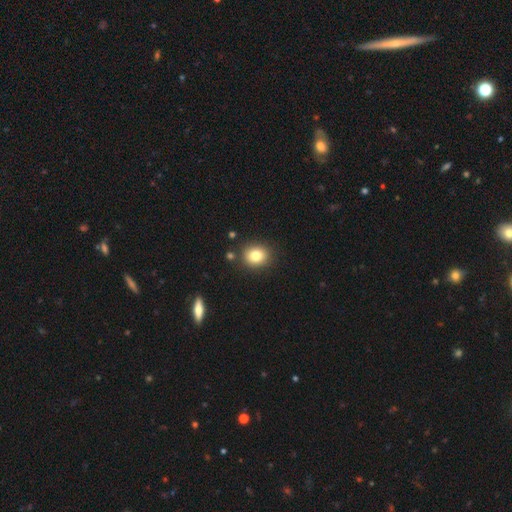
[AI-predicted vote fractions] This is clearly a smooth galaxy (81%). How rounded: likely round (68%). Merging: clearly none (85%).